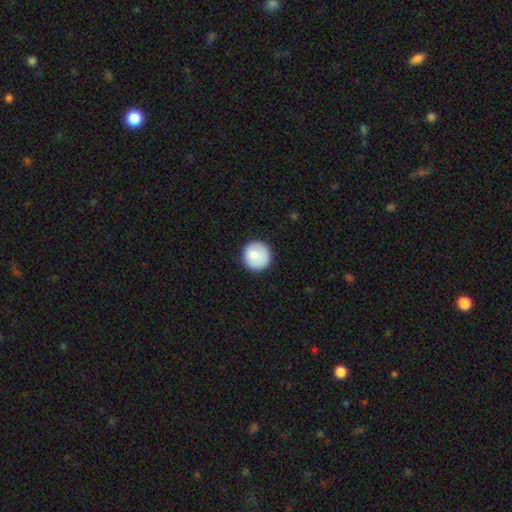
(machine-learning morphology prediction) smooth_or_featured: smooth (p=0.84) [alt: featured or disk p=0.09]
how_rounded: round (p=0.93) [alt: in between p=0.06]
merging: none (p=0.87) [alt: minor disturbance p=0.10]